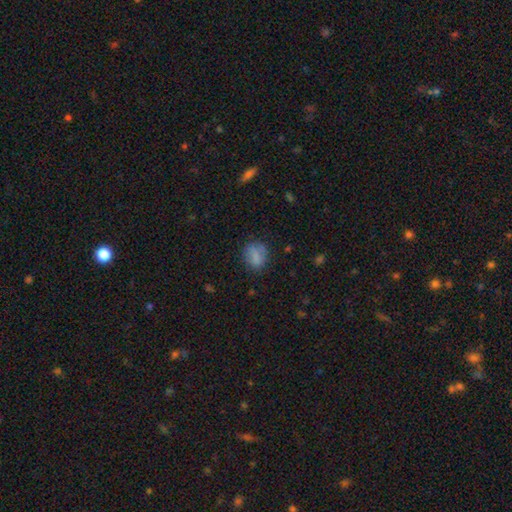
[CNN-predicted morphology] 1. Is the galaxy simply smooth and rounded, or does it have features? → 79% smooth, 11% star or artifact, 10% featured or disk.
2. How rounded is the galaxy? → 49% round (tied), 49% in between (tied), 2% cigar-shaped.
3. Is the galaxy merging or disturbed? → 71% none, 20% minor disturbance, 7% major disturbance, 2% merger.